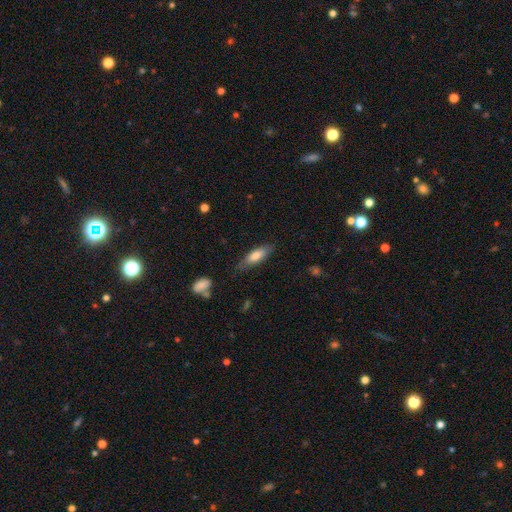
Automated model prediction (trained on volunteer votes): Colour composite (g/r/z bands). It shows a smooth galaxy with no disk features (75%) that is in between round and cigar-shaped (56%). Merging: none (74%).